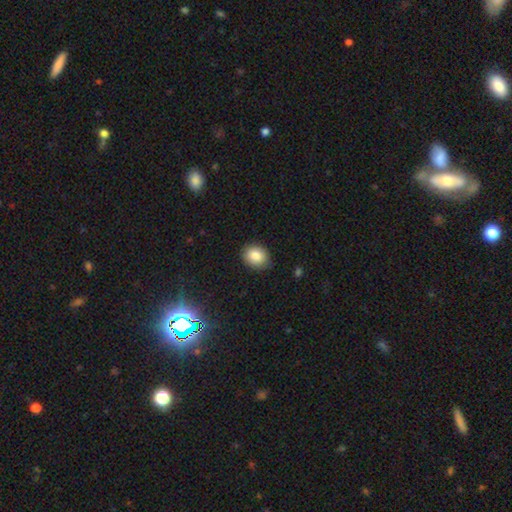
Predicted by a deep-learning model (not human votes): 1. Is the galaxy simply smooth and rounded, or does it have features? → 84% smooth, 9% star or artifact, 7% featured or disk.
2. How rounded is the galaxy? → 51% round, 49% in between, 1% cigar-shaped.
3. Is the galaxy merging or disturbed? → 85% none, 12% minor disturbance, 2% major disturbance, 1% merger.